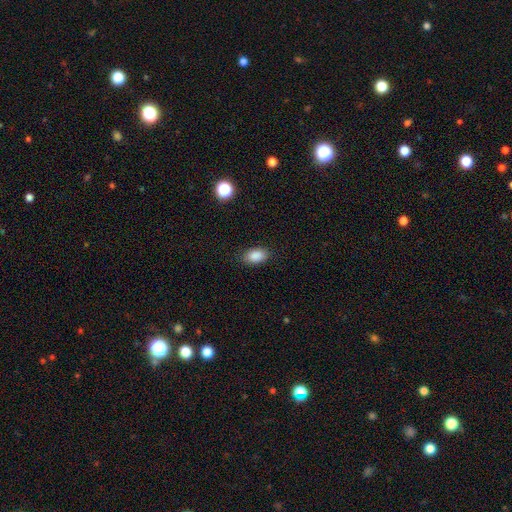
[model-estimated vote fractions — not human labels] A smooth galaxy with no disk features (88%) that is in between round and cigar-shaped (91%).

Vote fractions:
- Smooth or featured? smooth: 88% / star or artifact: 8% / featured or disk: 4%
- How rounded? in between: 91% / round: 7% / cigar-shaped: 2%
- Merging? none: 86% / minor disturbance: 10% / major disturbance: 3% / merger: 1%